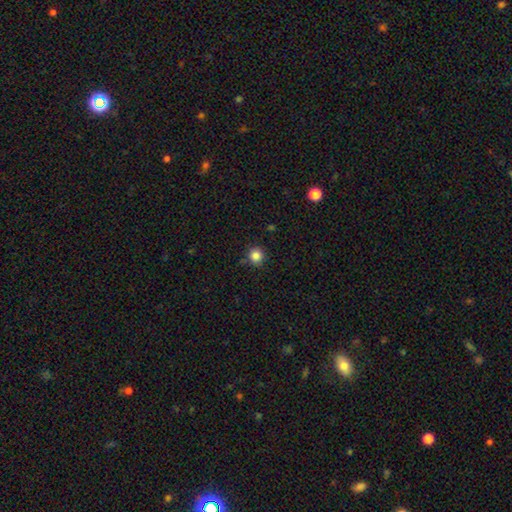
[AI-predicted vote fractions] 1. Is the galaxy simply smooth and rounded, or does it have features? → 85% smooth, 11% star or artifact, 4% featured or disk.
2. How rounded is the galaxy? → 92% round, 7% in between, 1% cigar-shaped.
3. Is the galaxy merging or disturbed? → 87% none, 8% minor disturbance, 3% merger, 2% major disturbance.